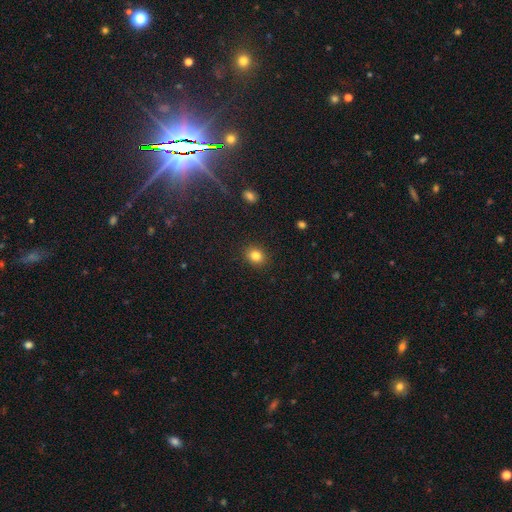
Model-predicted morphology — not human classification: Overall: smooth (84%). How rounded: round (60%; in between 39%). Merging: none (90%).